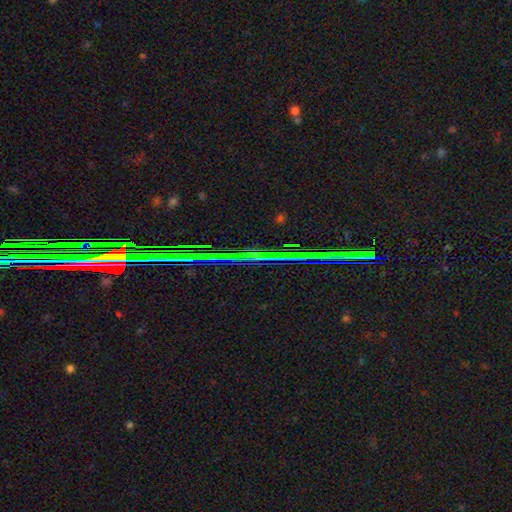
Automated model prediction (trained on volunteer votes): star or artifact 87%, featured or disk 7%, smooth 6%.